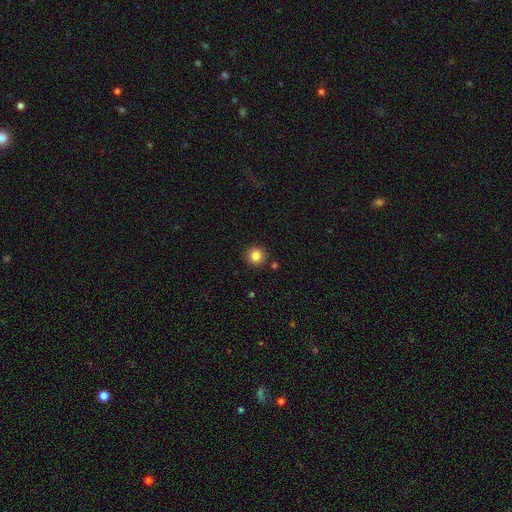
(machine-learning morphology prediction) type=smooth (85%); roundness=round (93%); merging=none (89%).